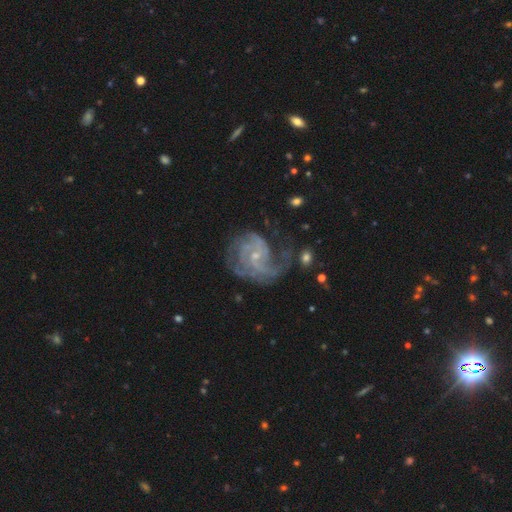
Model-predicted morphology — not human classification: featured or disk 87%, star or artifact 6%, smooth 6%. Down the decision tree: edge-on disk — no (98%); bar — no (60%); spiral arms — yes (96%); spiral arm count — 2 (26%); spiral winding — tight (46%); bulge size — small (79%); merging — none (53%).